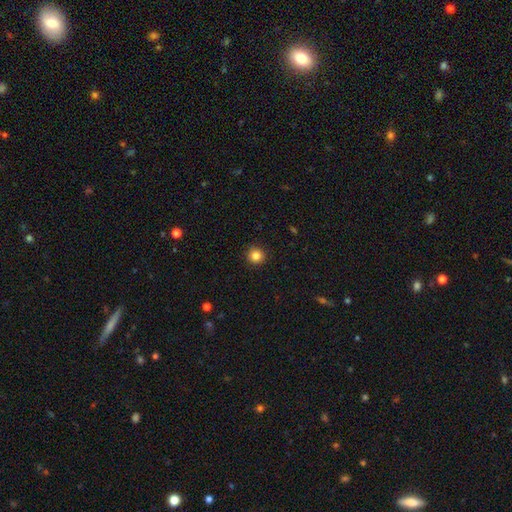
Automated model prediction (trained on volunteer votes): smooth-or-featured: smooth: 84% | star or artifact: 11% | featured or disk: 4%
  how-rounded: round: 95% | in between: 4% | cigar-shaped: 1%
  merging: none: 93% | minor disturbance: 4% | major disturbance: 2% | merger: 1%